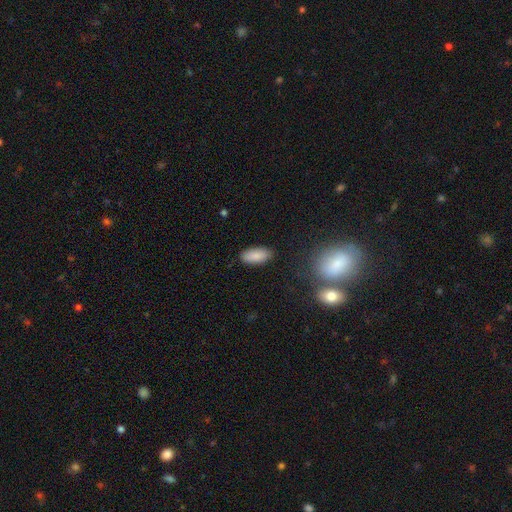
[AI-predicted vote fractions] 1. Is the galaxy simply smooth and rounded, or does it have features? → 87% smooth, 7% star or artifact, 6% featured or disk.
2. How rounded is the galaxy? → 87% in between, 11% cigar-shaped, 2% round.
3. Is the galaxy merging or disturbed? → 88% none, 9% minor disturbance, 2% major disturbance, 1% merger.